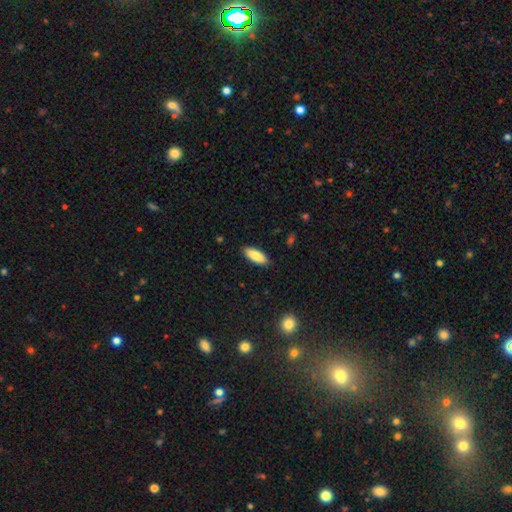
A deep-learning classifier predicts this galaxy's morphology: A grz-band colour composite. It shows a smooth galaxy with no disk features (84%) that is in between round and cigar-shaped (71%). Merging: none (89%).